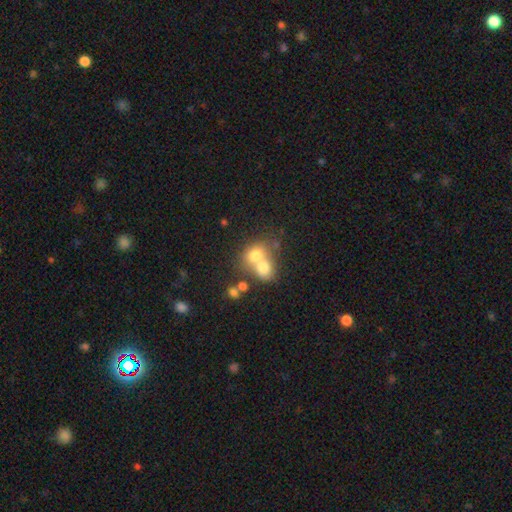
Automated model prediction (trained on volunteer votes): Smooth or featured: smooth — 71% (featured or disk — 18%)
How rounded: round — 54% (in between — 45%)
Merging: merger — 66% (none — 24%)